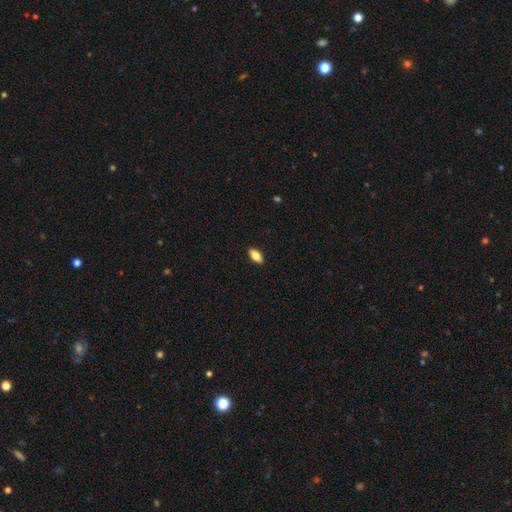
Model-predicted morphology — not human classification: The model was most divided on "smooth or featured": smooth: 77%, featured or disk: 16%, star or artifact: 7%. More confident: merging — none (90%); how rounded — in between (87%).